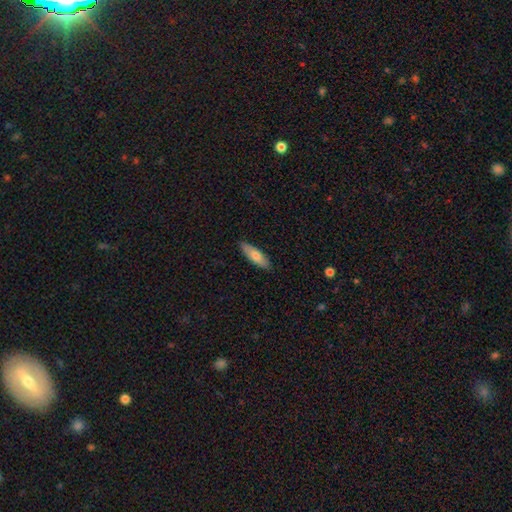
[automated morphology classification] Smooth or featured?
  - smooth: 72% *
  - featured or disk: 22%
  - star or artifact: 6%
How rounded?
  - cigar-shaped: 50% *
  - in between: 48%
  - round: 2%
Merging?
  - none: 89% *
  - minor disturbance: 9%
  - major disturbance: 2%
  - merger: 1%